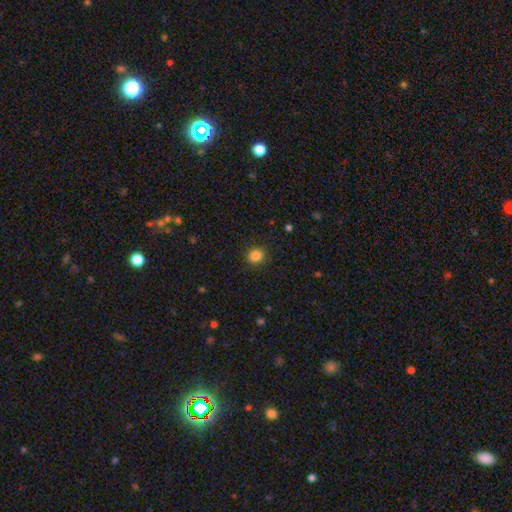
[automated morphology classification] This appears to be a smooth galaxy with no disk features (84%) that is round (85%). Merging: none (90%).